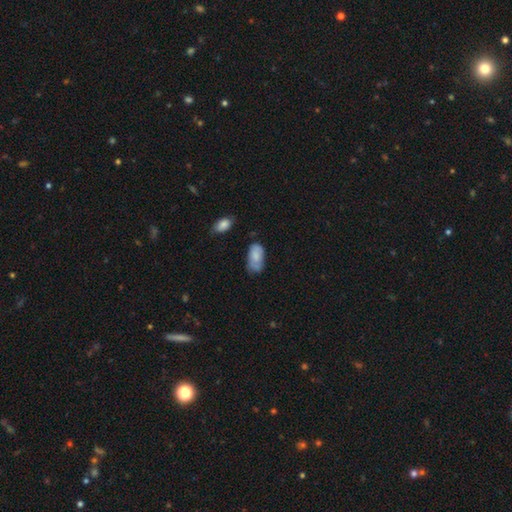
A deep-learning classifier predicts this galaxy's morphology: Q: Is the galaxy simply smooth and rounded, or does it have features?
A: smooth — 74%.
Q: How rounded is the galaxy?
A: in between — 93%.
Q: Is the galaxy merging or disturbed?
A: none — 49%.